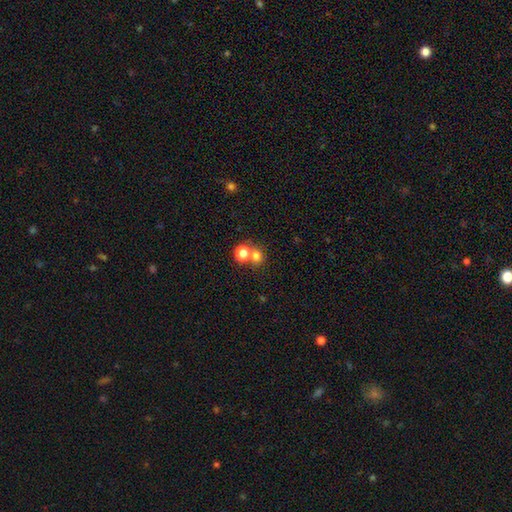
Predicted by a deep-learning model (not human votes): A smooth galaxy with no disk features (74%) that is round (84%).

Vote fractions:
- Smooth or featured? smooth: 74% / star or artifact: 18% / featured or disk: 8%
- How rounded? round: 84% / in between: 15% / cigar-shaped: 1%
- Merging? none: 57% / merger: 33% / minor disturbance: 6% / major disturbance: 3%